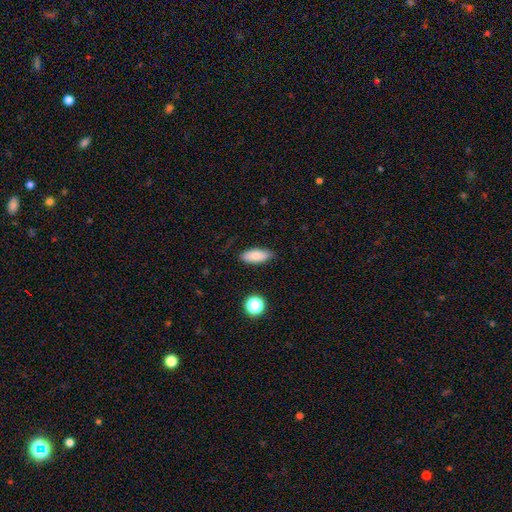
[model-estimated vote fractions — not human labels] Morphology: type=smooth (84%); roundness=in between (83%); merging=none (85%).